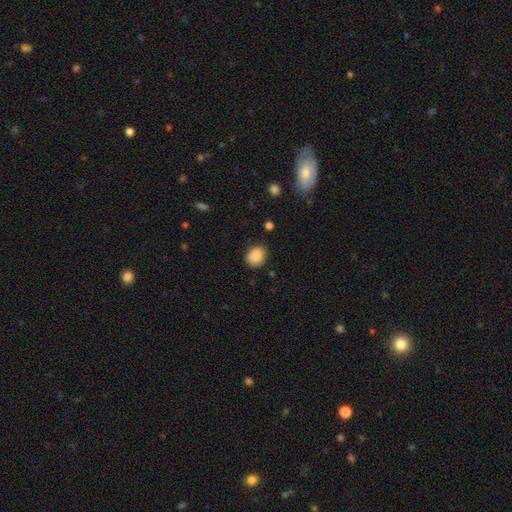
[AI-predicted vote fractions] Q: Smooth or featured?
A: smooth (88%); runner-up: star or artifact (8%)
Q: How rounded?
A: round (55%); runner-up: in between (44%)
Q: Merging?
A: none (82%); runner-up: minor disturbance (13%)